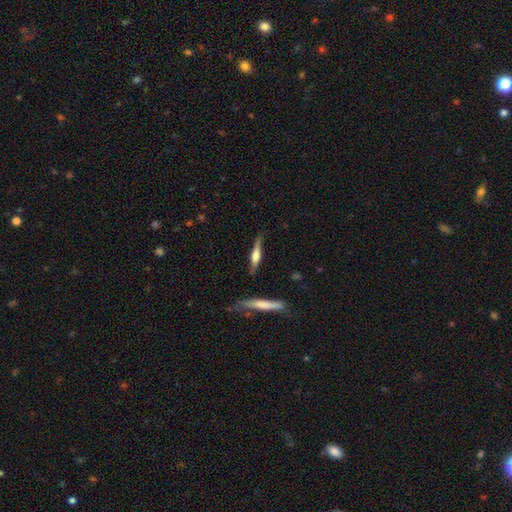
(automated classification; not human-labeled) A featured or disk galaxy (58%) viewed edge-on (94%) with a rounded central bulge (66%).

Vote fractions:
- Smooth or featured? featured or disk: 58% / smooth: 36% / star or artifact: 6%
- Edge-on disk? yes: 94% / no: 6%
- Edge-on bulge? rounded: 66% / boxy: 26% / none: 8%
- Merging? none: 73% / minor disturbance: 18% / major disturbance: 5% / merger: 4%